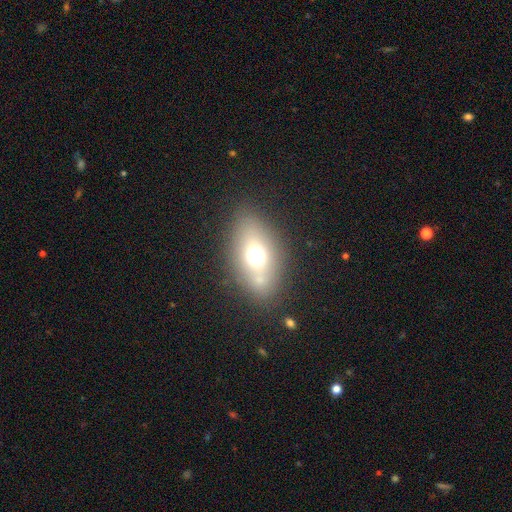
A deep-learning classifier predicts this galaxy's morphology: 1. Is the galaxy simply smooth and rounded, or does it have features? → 57% smooth, 25% featured or disk, 18% star or artifact.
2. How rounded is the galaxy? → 72% in between, 24% round, 4% cigar-shaped.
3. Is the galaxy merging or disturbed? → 79% none, 11% minor disturbance, 6% major disturbance, 4% merger.